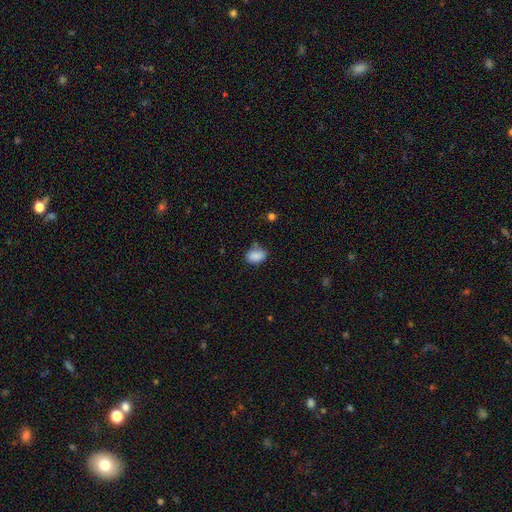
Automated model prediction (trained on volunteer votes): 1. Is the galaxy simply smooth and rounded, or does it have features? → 87% smooth, 9% star or artifact, 5% featured or disk.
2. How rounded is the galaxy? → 77% in between, 22% round, 1% cigar-shaped.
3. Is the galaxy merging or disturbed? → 65% none, 25% minor disturbance, 6% major disturbance, 4% merger.